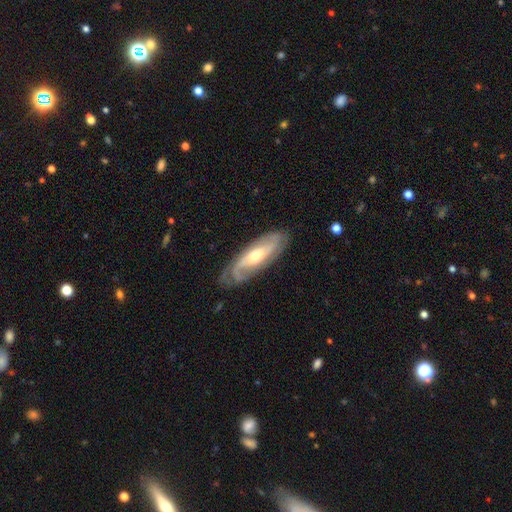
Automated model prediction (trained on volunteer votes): A featured or disk galaxy (79%) with no bar (50%), 2 (64%) tight (41%) spiral arms (91%) and a moderate central bulge (66%). Merging: none (76%).